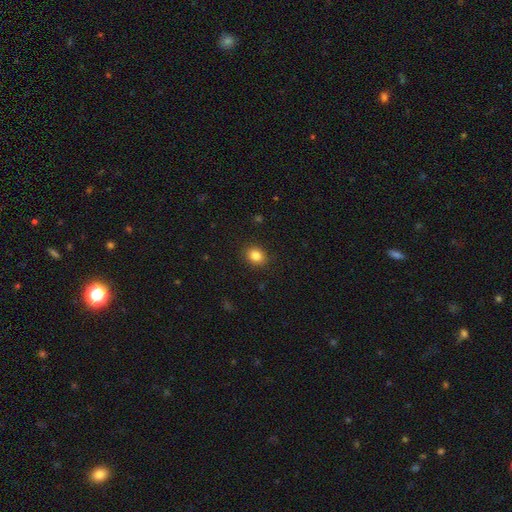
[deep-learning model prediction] Smooth or featured?
  - smooth: 85% *
  - star or artifact: 10%
  - featured or disk: 5%
How rounded?
  - round: 57% *
  - in between: 42%
  - cigar-shaped: 1%
Merging?
  - none: 89% *
  - minor disturbance: 7%
  - major disturbance: 2%
  - merger: 1%